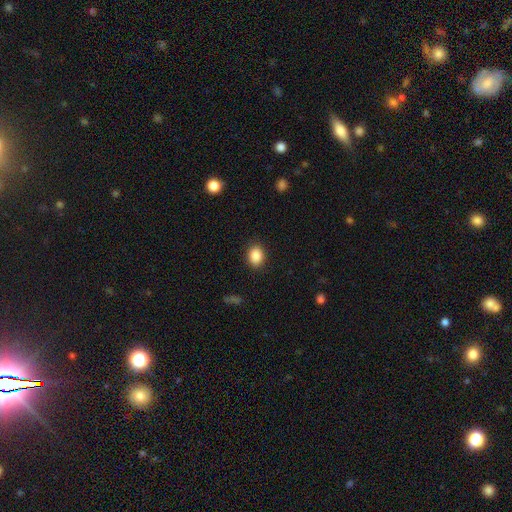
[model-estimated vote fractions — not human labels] Overall: smooth (88%). How rounded: in between (52%; round 47%). Merging: none (88%).